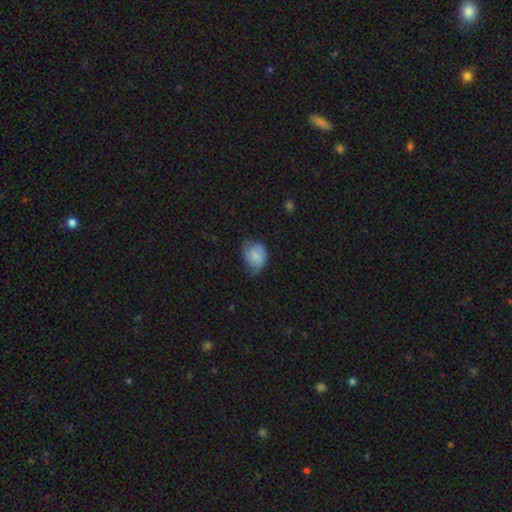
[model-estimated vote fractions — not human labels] A smooth galaxy with no disk features (72%) that is in between round and cigar-shaped (59%).

Vote fractions:
- Smooth or featured? smooth: 72% / featured or disk: 20% / star or artifact: 8%
- How rounded? in between: 59% / round: 40% / cigar-shaped: 1%
- Merging? none: 45% / minor disturbance: 40% / major disturbance: 13% / merger: 2%